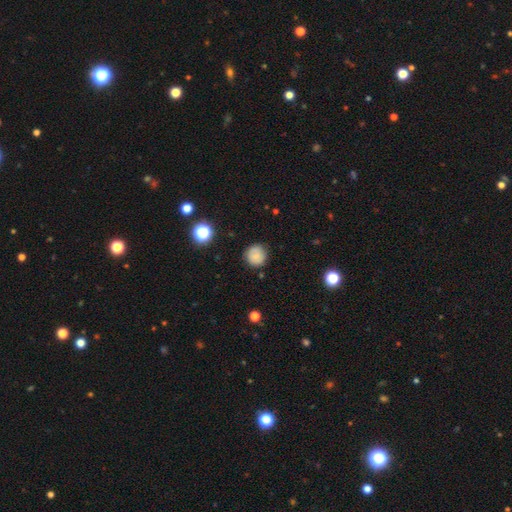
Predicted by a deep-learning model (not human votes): smooth 77%, star or artifact 11%, featured or disk 11%. Down the decision tree: how rounded — round (92%); merging — none (82%).